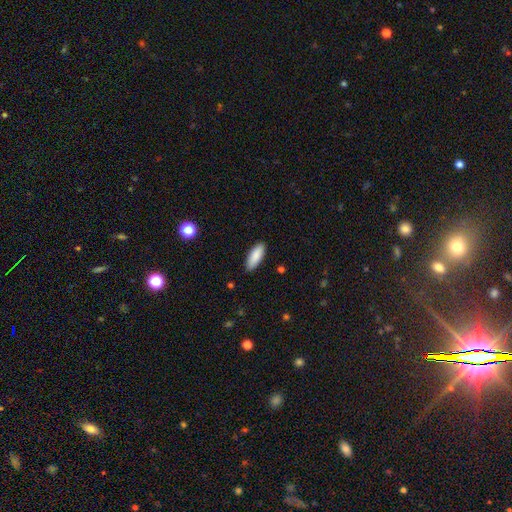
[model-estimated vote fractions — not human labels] smooth_or_featured: smooth (p=0.87) [alt: featured or disk p=0.07]
how_rounded: in between (p=0.70) [alt: cigar-shaped p=0.29]
merging: none (p=0.88) [alt: minor disturbance p=0.09]